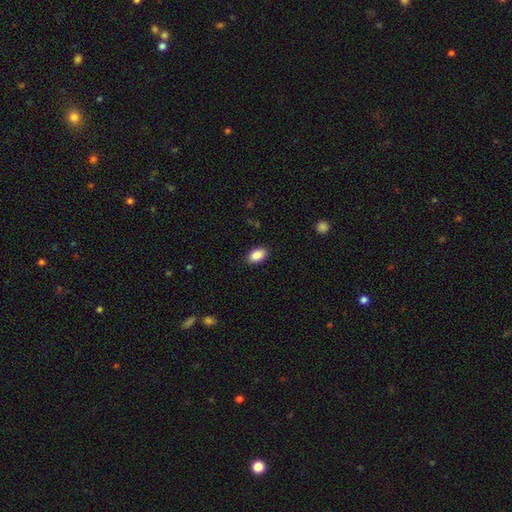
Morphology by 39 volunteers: Q: Smooth or featured?
A: smooth (85%); runner-up: featured or disk (8%)
Q: How rounded?
A: in between (91%); runner-up: round (9%)
Q: Merging?
A: none (86%); runner-up: minor disturbance (11%)